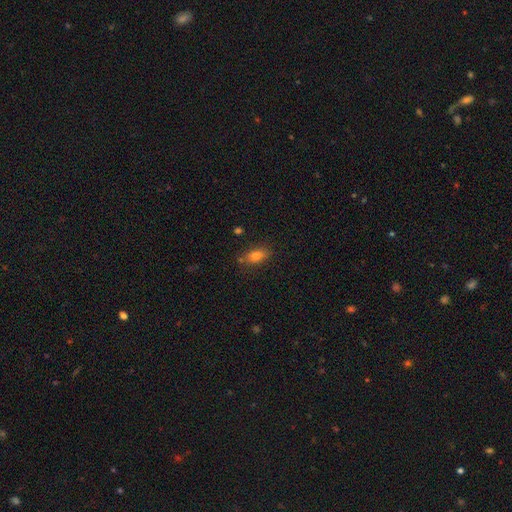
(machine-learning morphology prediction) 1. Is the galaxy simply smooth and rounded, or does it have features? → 77% smooth, 14% star or artifact, 9% featured or disk.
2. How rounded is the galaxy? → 81% in between, 12% round, 7% cigar-shaped.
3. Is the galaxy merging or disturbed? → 79% none, 14% minor disturbance, 4% merger, 4% major disturbance.